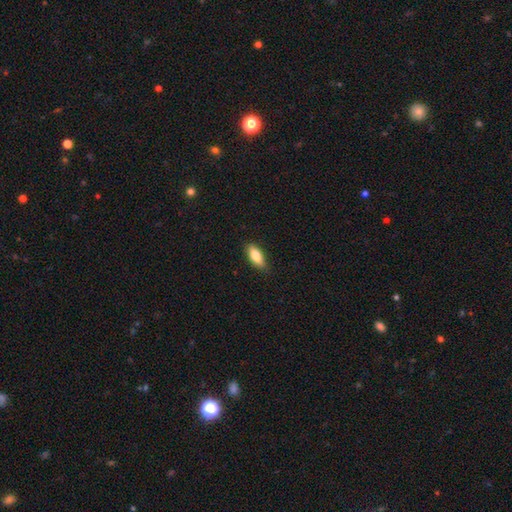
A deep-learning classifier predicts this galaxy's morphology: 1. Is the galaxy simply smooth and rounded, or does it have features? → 77% smooth, 16% featured or disk, 6% star or artifact.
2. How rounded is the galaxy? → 77% in between, 20% cigar-shaped, 3% round.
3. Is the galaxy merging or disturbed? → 86% none, 11% minor disturbance, 2% major disturbance, 1% merger.